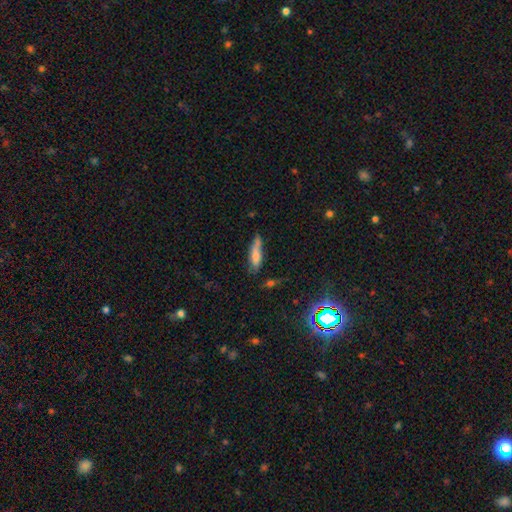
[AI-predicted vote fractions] Overall: smooth (69%). How rounded: cigar-shaped (68%; in between 30%). Merging: none (54%; minor disturbance 31%).